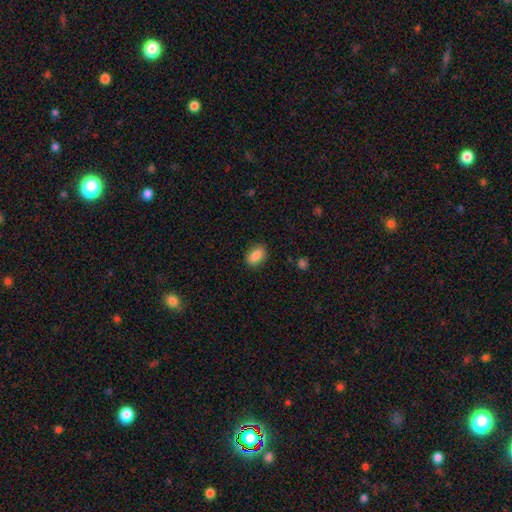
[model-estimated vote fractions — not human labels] smooth_or_featured: smooth (p=0.87) [alt: star or artifact p=0.08]
how_rounded: in between (p=0.86) [alt: round p=0.11]
merging: none (p=0.84) [alt: minor disturbance p=0.12]